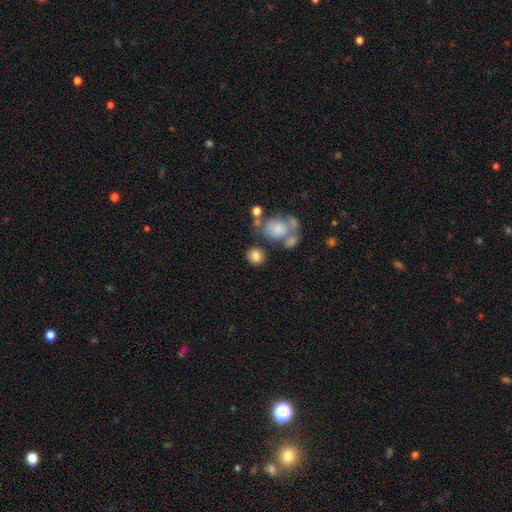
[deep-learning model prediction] smooth 81%, featured or disk 10%, star or artifact 9%. Down the decision tree: how rounded — round (66%); merging — none (67%).